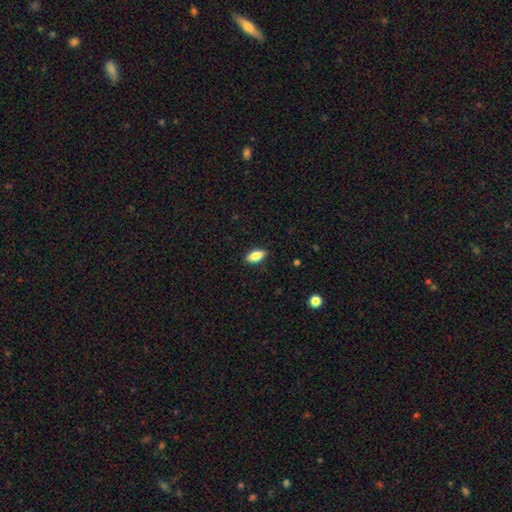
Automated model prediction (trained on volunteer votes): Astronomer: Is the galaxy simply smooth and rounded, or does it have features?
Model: smooth — 81%.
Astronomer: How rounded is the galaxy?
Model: in between — 84%.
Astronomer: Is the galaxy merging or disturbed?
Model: none — 88%.